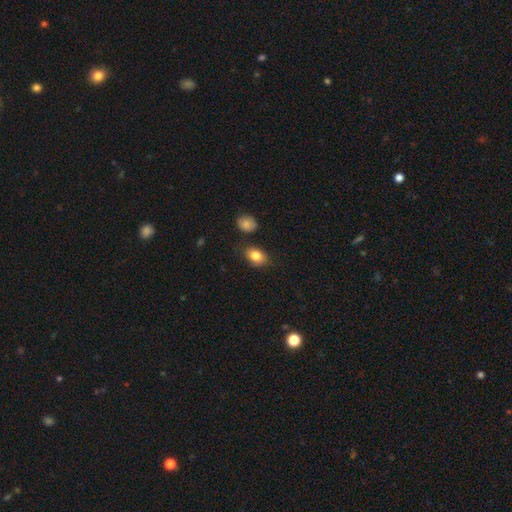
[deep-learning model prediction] smooth 83%, featured or disk 9%, star or artifact 8%. Down the decision tree: how rounded — in between (80%); merging — none (76%).